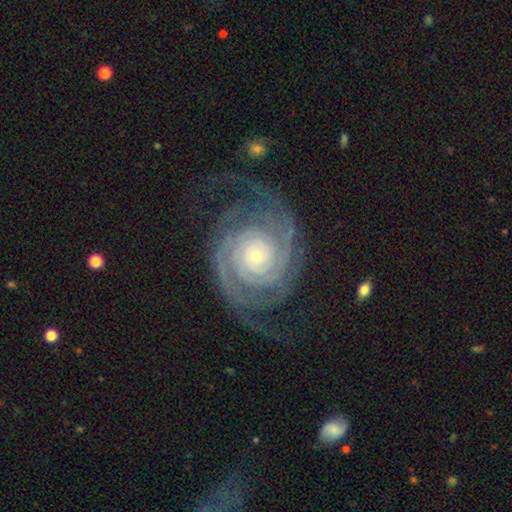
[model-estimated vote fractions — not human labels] A featured or disk galaxy (92%) with no bar (79%), 2 (68%) tight (76%) spiral arms (98%) and a small central bulge (78%).

Vote fractions:
- Smooth or featured? featured or disk: 92% / star or artifact: 5% / smooth: 3%
- Edge-on disk? no: 98% / yes: 2%
- Bar? no: 79% / weak: 13% / strong: 7%
- Spiral arms? yes: 98% / no: 2%
- Spiral winding? tight: 76% / medium: 19% / loose: 4%
- Spiral arm count? 2: 68% / 3: 10% / can't tell: 8% / 4: 5% / more than 4: 5% / 1: 4%
- Bulge size? small: 78% / moderate: 18% / large: 2% / none: 1% / dominant: 1%
- Merging? none: 72% / minor disturbance: 14% / major disturbance: 13% / merger: 2%